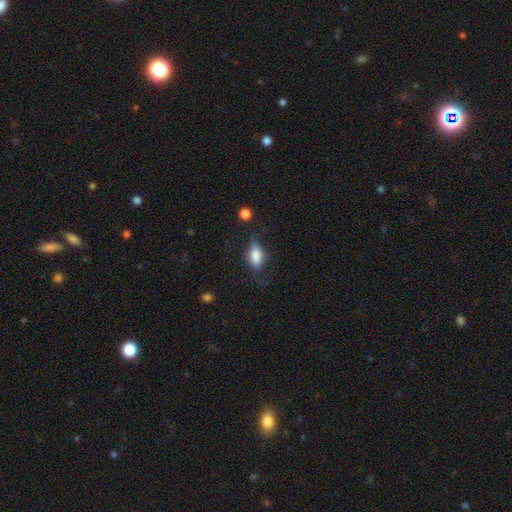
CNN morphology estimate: This appears to be a smooth galaxy with no disk features (75%) that is in between round and cigar-shaped (83%). Merging: none (61%).